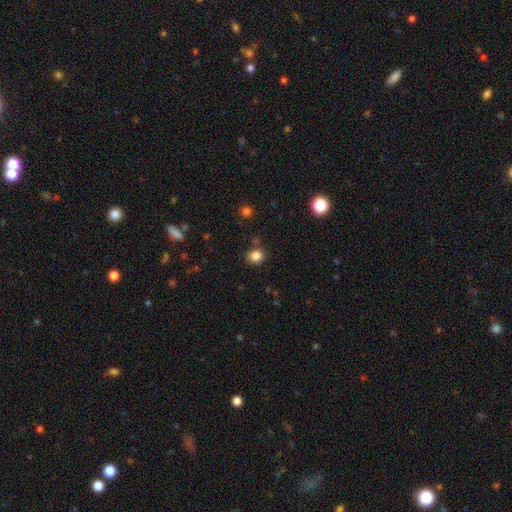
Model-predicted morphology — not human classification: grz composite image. It shows a smooth galaxy with no disk features (84%) that is round (74%). Merging: none (83%).